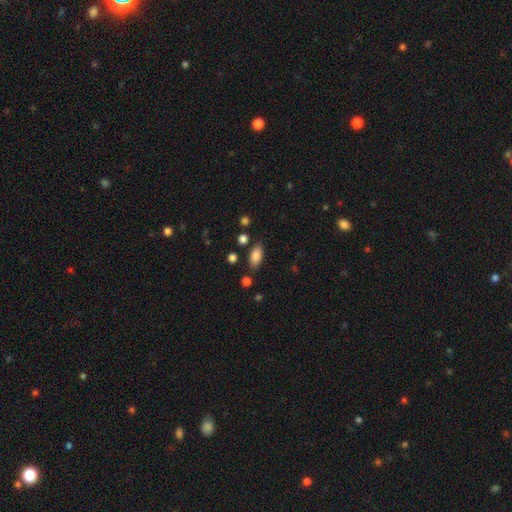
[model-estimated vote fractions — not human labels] Smooth or featured: smooth — 84% (star or artifact — 8%)
How rounded: in between — 88% (cigar-shaped — 8%)
Merging: none — 82% (minor disturbance — 11%)